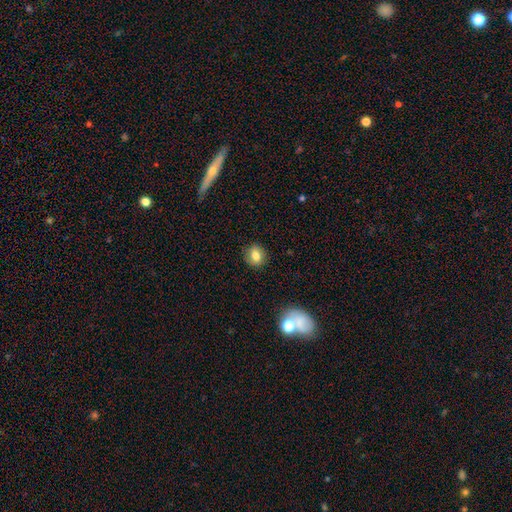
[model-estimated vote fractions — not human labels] A smooth galaxy with no disk features (75%) that is round (62%).

Vote fractions:
- Smooth or featured? smooth: 75% / featured or disk: 15% / star or artifact: 10%
- How rounded? round: 62% / in between: 37% / cigar-shaped: 1%
- Merging? none: 84% / minor disturbance: 11% / major disturbance: 3% / merger: 1%